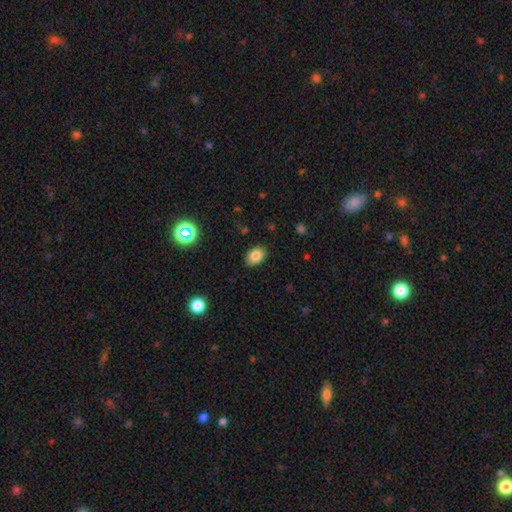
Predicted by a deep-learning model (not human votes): Morphology: type=smooth (82%); roundness=in between (81%); merging=none (87%).